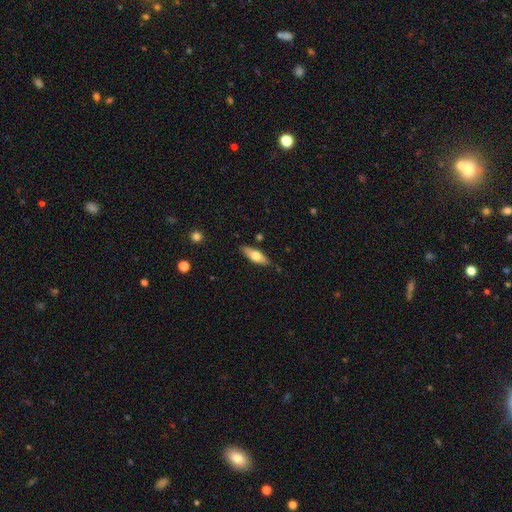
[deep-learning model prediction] A smooth galaxy with no disk features (60%) that is in between round and cigar-shaped (58%).

Vote fractions:
- Smooth or featured? smooth: 60% / featured or disk: 34% / star or artifact: 6%
- How rounded? in between: 58% / cigar-shaped: 40% / round: 2%
- Merging? none: 83% / minor disturbance: 13% / major disturbance: 2% / merger: 2%